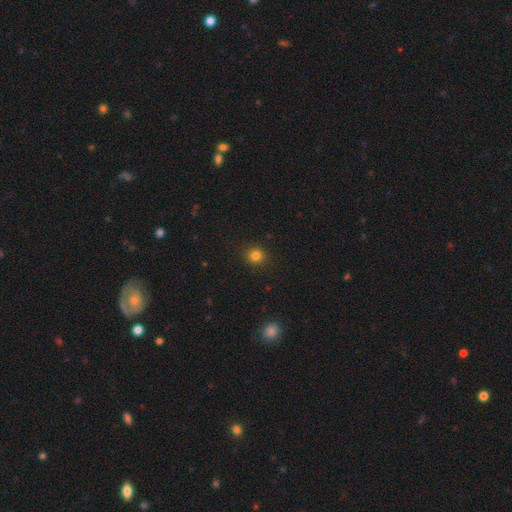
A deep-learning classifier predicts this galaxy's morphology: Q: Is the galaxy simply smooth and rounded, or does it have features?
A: smooth — 81%.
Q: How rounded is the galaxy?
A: round — 89%.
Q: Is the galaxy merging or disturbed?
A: none — 91%.